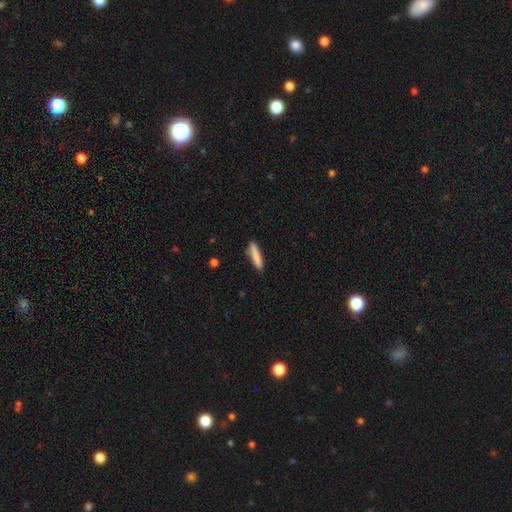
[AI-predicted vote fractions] The model was most divided on "how rounded": cigar-shaped: 86%, in between: 13%, round: 1%. More confident: merging — none (87%); smooth or featured — smooth (85%).